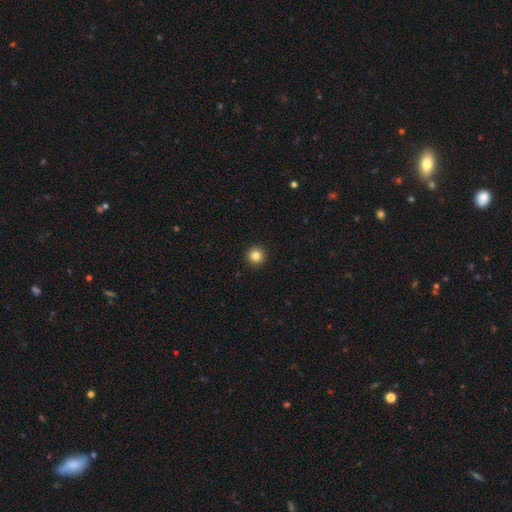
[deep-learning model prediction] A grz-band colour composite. It shows a smooth galaxy with no disk features (84%) that is round (96%). Merging: none (94%).